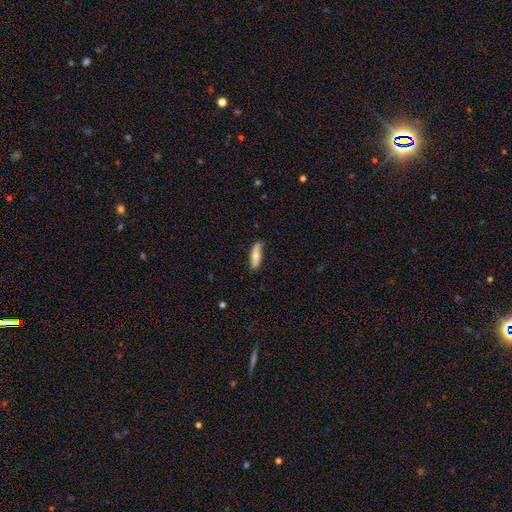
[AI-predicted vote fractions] A smooth galaxy with no disk features (62%) that is cigar-shaped (55%). Merging: none (77%).